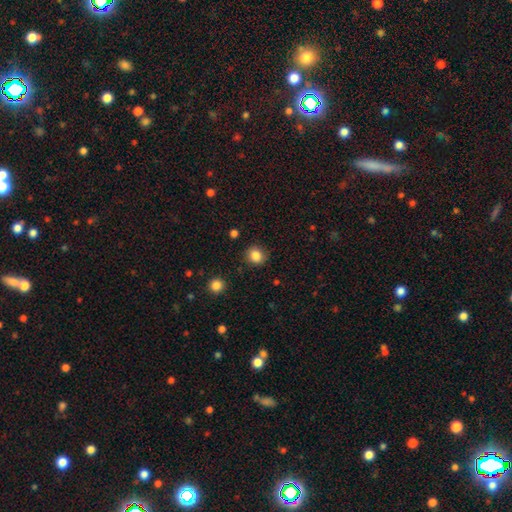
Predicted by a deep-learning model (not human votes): Smooth or featured? Predicted: smooth (p=0.85). How rounded? Predicted: round (p=0.77). Merging? Predicted: none (p=0.86).